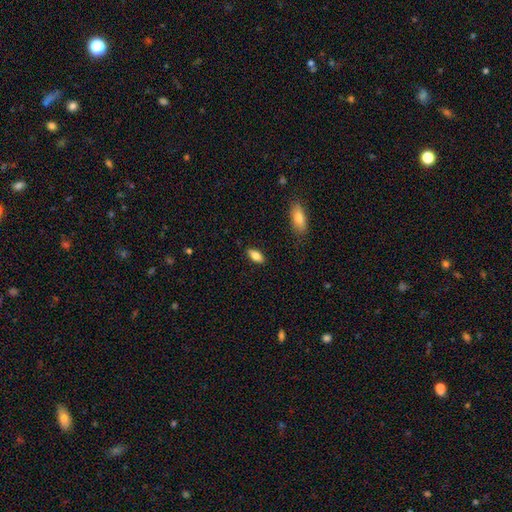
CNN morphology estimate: A smooth galaxy with no disk features (78%) that is in between round and cigar-shaped (84%).

Vote fractions:
- Smooth or featured? smooth: 78% / featured or disk: 15% / star or artifact: 7%
- How rounded? in between: 84% / cigar-shaped: 13% / round: 3%
- Merging? none: 87% / minor disturbance: 10% / major disturbance: 2% / merger: 1%